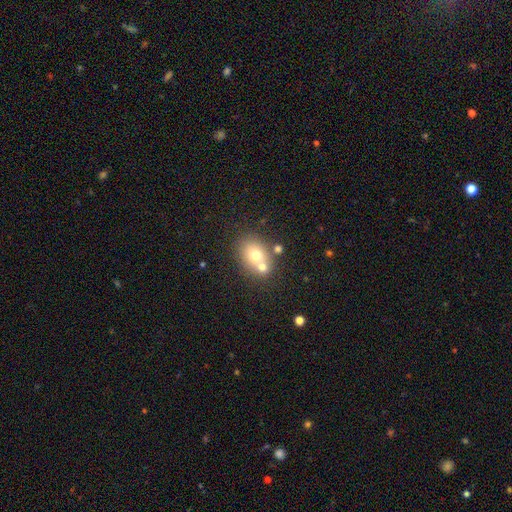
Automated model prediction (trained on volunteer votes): smooth-or-featured: smooth: 68% | featured or disk: 20% | star or artifact: 12%
  how-rounded: round: 50% | in between: 49% | cigar-shaped: 1%
  merging: none: 46% | merger: 41% | minor disturbance: 10% | major disturbance: 4%